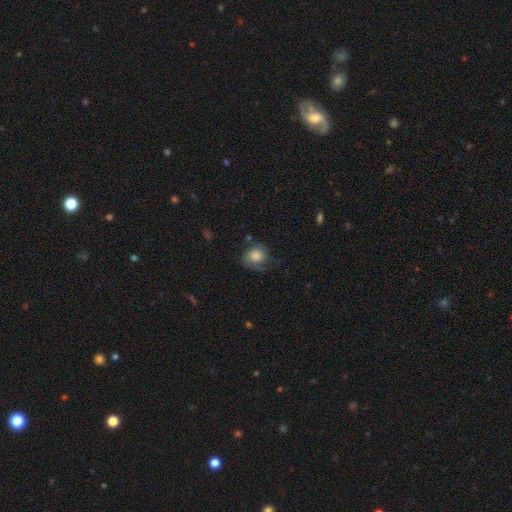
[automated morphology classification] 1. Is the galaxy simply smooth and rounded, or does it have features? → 62% smooth, 30% featured or disk, 8% star or artifact.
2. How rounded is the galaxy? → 65% round, 34% in between, 1% cigar-shaped.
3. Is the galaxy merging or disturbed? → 51% none, 28% minor disturbance, 19% major disturbance, 3% merger.